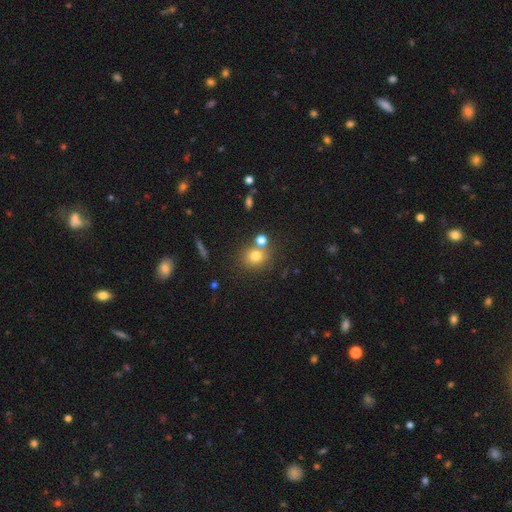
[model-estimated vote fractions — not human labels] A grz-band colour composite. It shows a smooth galaxy with no disk features (76%) that is round (80%). Merging: none (65%).